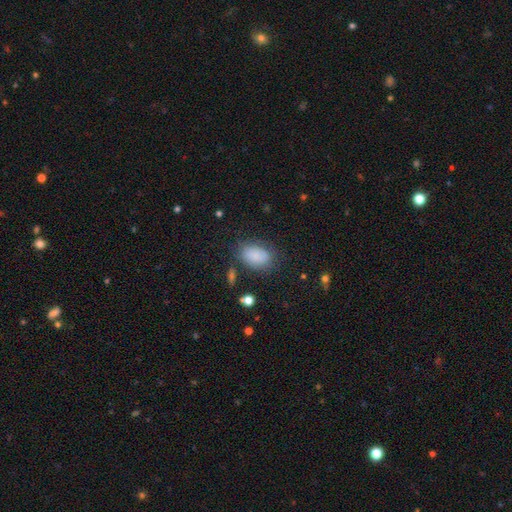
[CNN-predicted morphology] smooth-or-featured: smooth: 83% | star or artifact: 8% | featured or disk: 8%
  how-rounded: in between: 88% | round: 11% | cigar-shaped: 1%
  merging: none: 70% | minor disturbance: 18% | major disturbance: 7% | merger: 4%